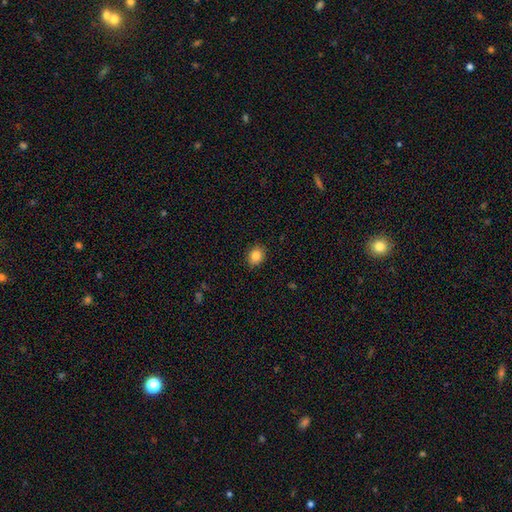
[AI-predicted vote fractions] This is clearly a smooth galaxy (85%). How rounded: possibly round (54%). Merging: clearly none (88%).